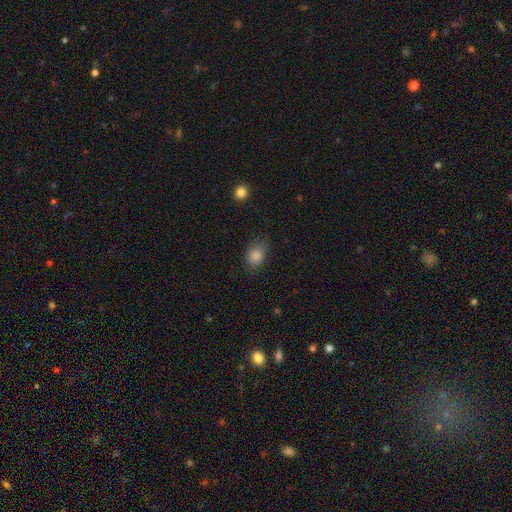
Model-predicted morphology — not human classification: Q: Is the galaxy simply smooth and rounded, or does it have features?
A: smooth — 84%.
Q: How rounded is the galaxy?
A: in between — 72%.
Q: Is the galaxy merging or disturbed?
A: none — 71%.